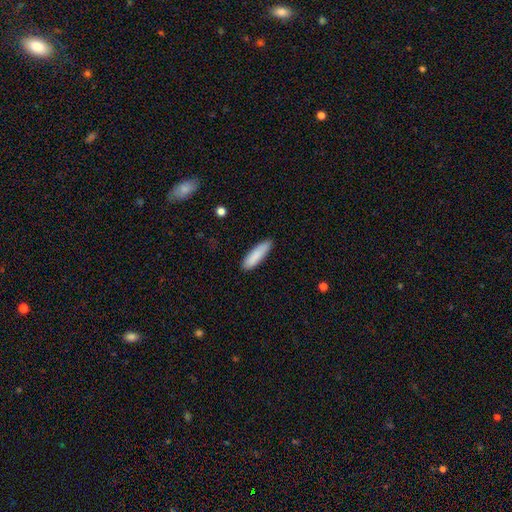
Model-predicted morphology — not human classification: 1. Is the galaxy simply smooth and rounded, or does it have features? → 87% smooth, 7% featured or disk, 6% star or artifact.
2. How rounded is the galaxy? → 67% cigar-shaped, 31% in between, 1% round.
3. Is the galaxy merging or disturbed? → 86% none, 11% minor disturbance, 2% major disturbance, 1% merger.